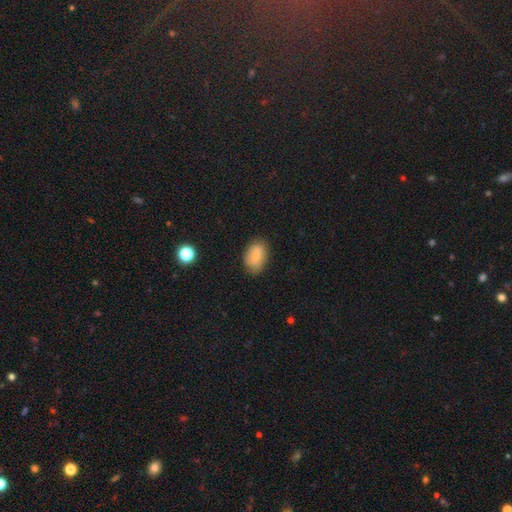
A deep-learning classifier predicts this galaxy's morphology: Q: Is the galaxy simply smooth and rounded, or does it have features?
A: smooth — 79%.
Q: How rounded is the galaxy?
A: in between — 88%.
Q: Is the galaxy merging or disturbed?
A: none — 81%.